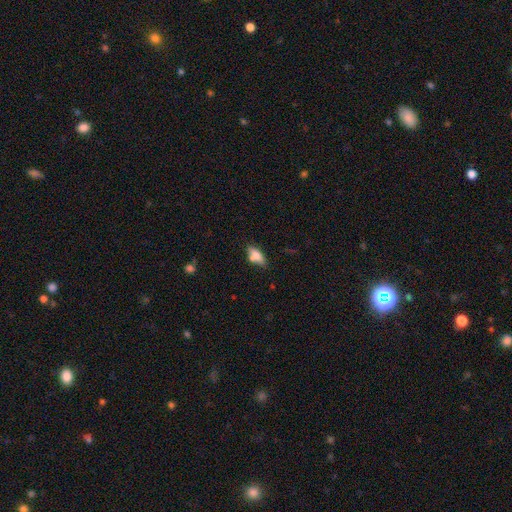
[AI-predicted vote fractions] A smooth galaxy with no disk features (72%) that is in between round and cigar-shaped (77%).

Vote fractions:
- Smooth or featured? smooth: 72% / featured or disk: 20% / star or artifact: 8%
- How rounded? in between: 77% / cigar-shaped: 19% / round: 4%
- Merging? none: 57% / minor disturbance: 23% / merger: 14% / major disturbance: 7%